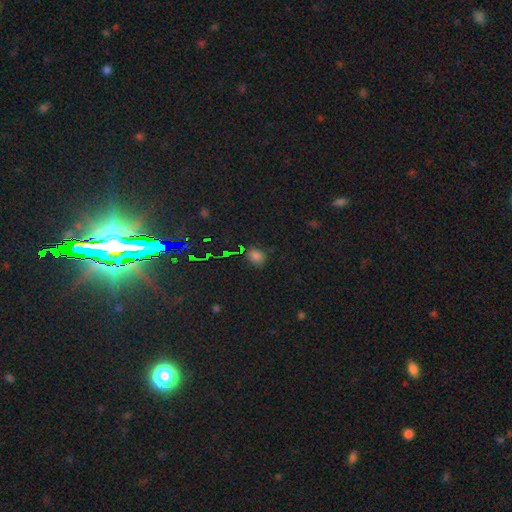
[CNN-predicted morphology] Smooth or featured?
  - smooth: 73% *
  - star or artifact: 21%
  - featured or disk: 6%
How rounded?
  - in between: 58% *
  - round: 41%
  - cigar-shaped: 1%
Merging?
  - none: 76% *
  - minor disturbance: 17%
  - major disturbance: 4%
  - merger: 3%